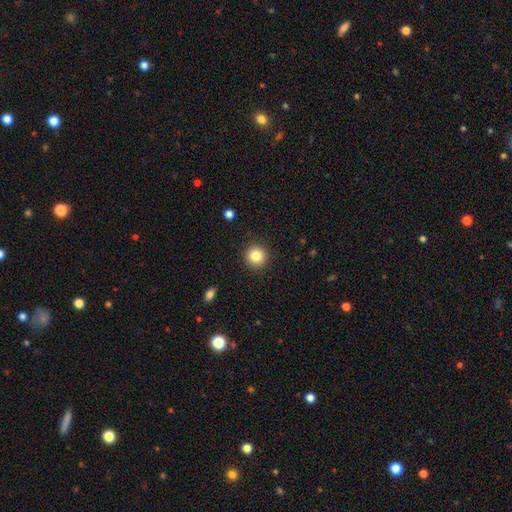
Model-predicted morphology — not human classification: smooth_or_featured: smooth (p=0.83) [alt: star or artifact p=0.10]
how_rounded: round (p=0.94) [alt: in between p=0.06]
merging: none (p=0.91) [alt: minor disturbance p=0.06]